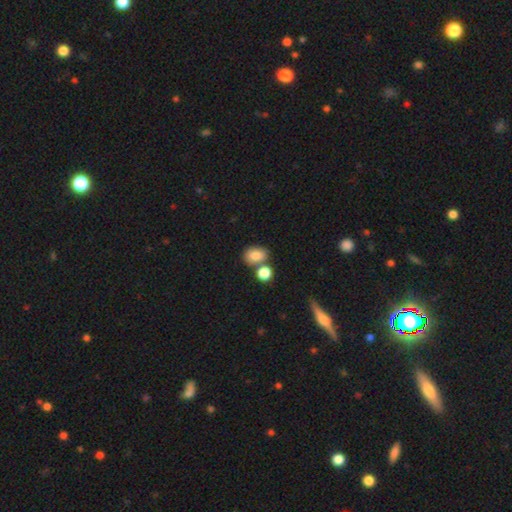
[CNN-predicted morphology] type=smooth (83%); roundness=in between (68%); merging=none (56%).